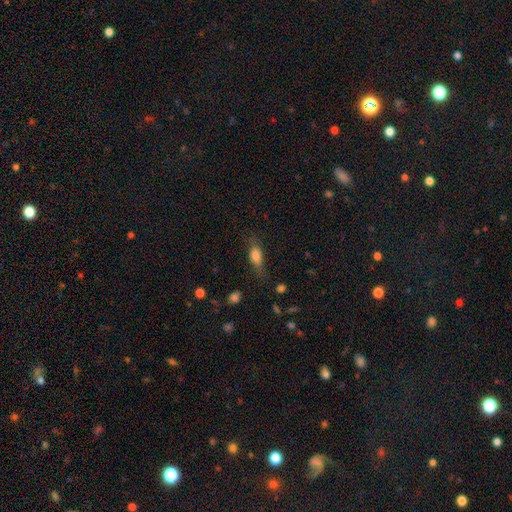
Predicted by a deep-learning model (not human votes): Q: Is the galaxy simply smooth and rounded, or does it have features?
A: smooth — 76%.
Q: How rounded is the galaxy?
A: in between — 73%.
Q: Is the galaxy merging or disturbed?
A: none — 61%.